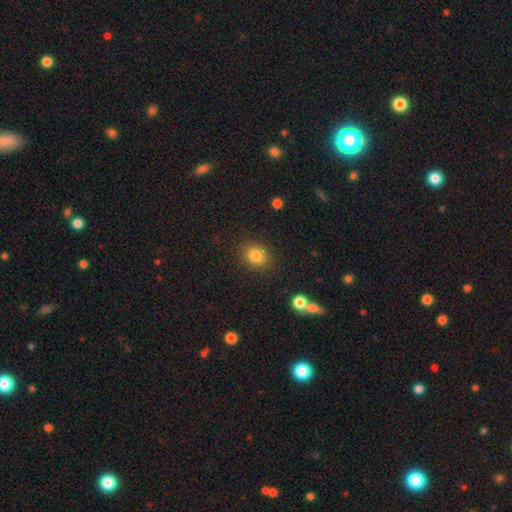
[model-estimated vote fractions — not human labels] Q: Smooth or featured?
A: smooth (83%); runner-up: star or artifact (10%)
Q: How rounded?
A: round (55%); runner-up: in between (44%)
Q: Merging?
A: none (86%); runner-up: minor disturbance (9%)